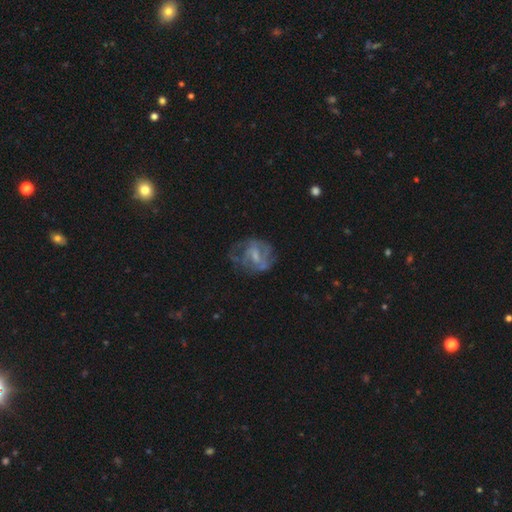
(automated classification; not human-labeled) Smooth or featured?
  - featured or disk: 67% *
  - smooth: 24%
  - star or artifact: 9%
Edge-on disk?
  - no: 97% *
  - yes: 3%
Bar?
  - weak: 50% *
  - no: 32%
  - strong: 18%
Spiral arms?
  - yes: 64% *
  - no: 36%
Bulge size?
  - small: 37% *
  - moderate: 31%
  - none: 28%
  - large: 4%
  - dominant: 1%
Merging?
  - none: 51% *
  - major disturbance: 23%
  - minor disturbance: 23%
  - merger: 3%